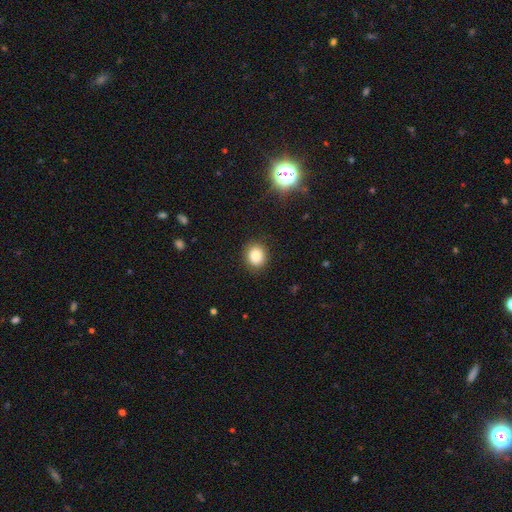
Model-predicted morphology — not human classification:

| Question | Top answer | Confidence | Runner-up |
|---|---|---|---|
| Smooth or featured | smooth | 85% | star or artifact (11%) |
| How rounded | round | 65% | in between (34%) |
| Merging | none | 87% | minor disturbance (9%) |